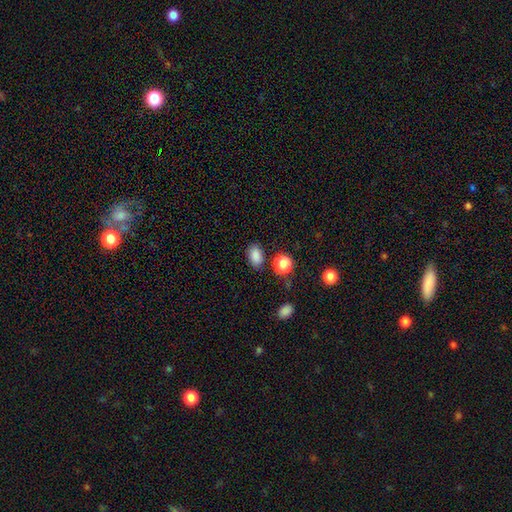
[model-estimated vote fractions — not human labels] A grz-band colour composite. It shows a smooth galaxy with no disk features (84%) that is in between round and cigar-shaped (84%). Merging: none (81%).